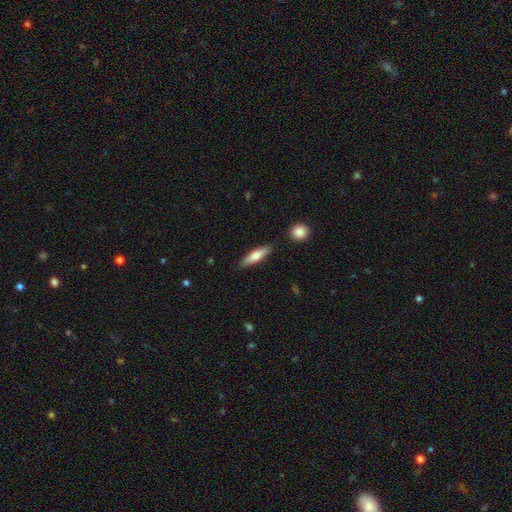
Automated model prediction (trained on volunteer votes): Smooth or featured?
  - smooth: 63% *
  - featured or disk: 31%
  - star or artifact: 6%
How rounded?
  - cigar-shaped: 68% *
  - in between: 30%
  - round: 2%
Merging?
  - none: 86% *
  - minor disturbance: 9%
  - merger: 2%
  - major disturbance: 2%